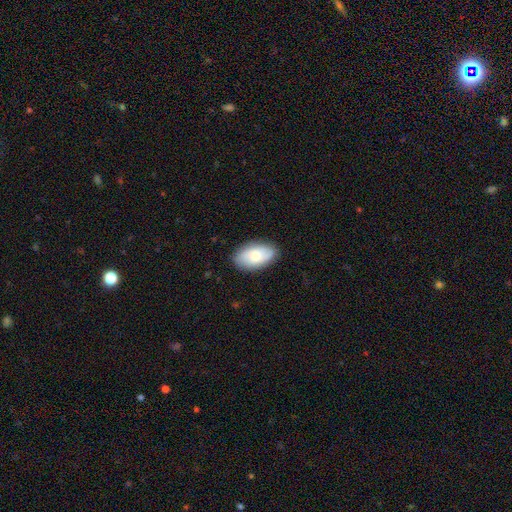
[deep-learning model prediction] Q: Smooth or featured?
A: smooth (66%); runner-up: featured or disk (28%)
Q: How rounded?
A: in between (94%); runner-up: round (5%)
Q: Merging?
A: none (83%); runner-up: minor disturbance (13%)